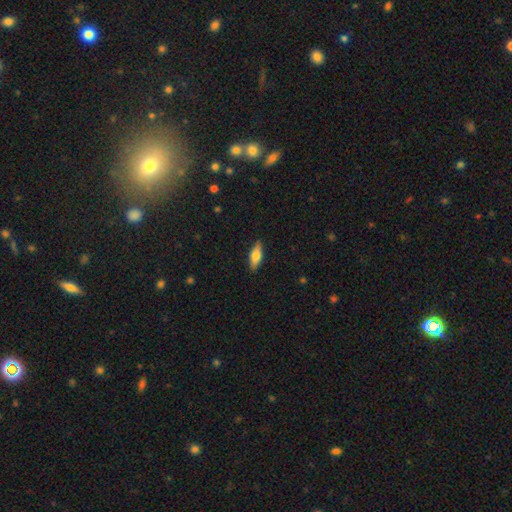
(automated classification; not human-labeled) Morphology: type=smooth (64%); roundness=in between (62%); merging=none (89%).